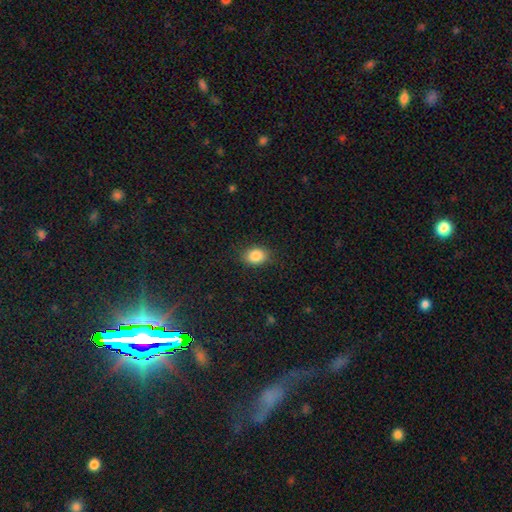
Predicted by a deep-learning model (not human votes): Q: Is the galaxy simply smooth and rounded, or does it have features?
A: smooth — 86%.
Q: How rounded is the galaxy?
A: in between — 68%.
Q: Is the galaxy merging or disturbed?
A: none — 85%.